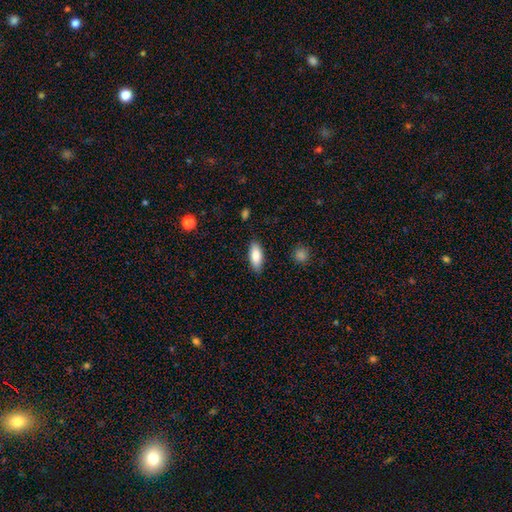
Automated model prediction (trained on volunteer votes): Smooth or featured? smooth (84%)
How rounded? in between (75%)
Merging? none (86%)